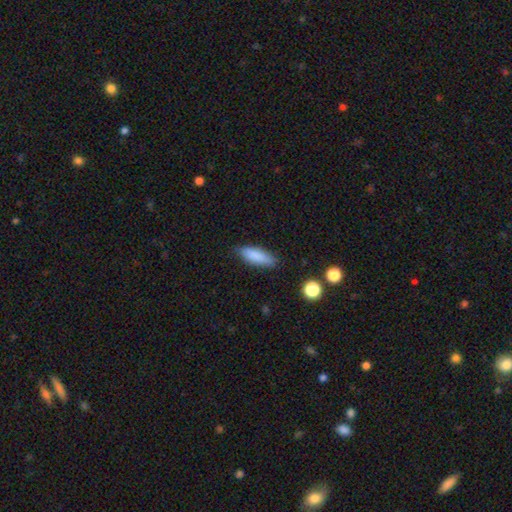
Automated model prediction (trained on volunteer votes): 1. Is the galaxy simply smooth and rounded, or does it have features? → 85% smooth, 8% featured or disk, 7% star or artifact.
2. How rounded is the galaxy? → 49% in between (tied), 49% cigar-shaped (tied), 2% round.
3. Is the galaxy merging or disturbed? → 84% none, 13% minor disturbance, 2% major disturbance, 1% merger.